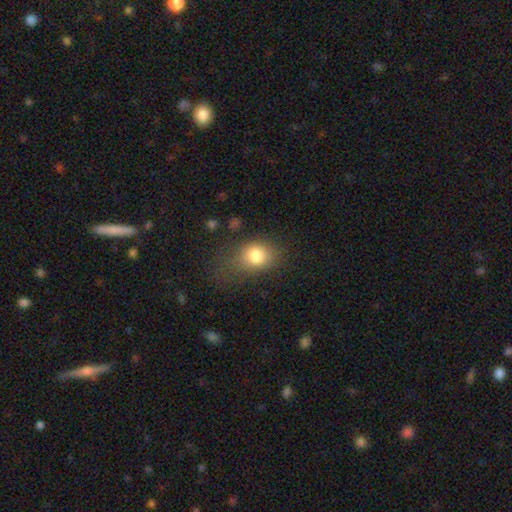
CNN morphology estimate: Smooth or featured?
  - smooth: 80% *
  - star or artifact: 11%
  - featured or disk: 10%
How rounded?
  - in between: 55% *
  - round: 44%
  - cigar-shaped: 1%
Merging?
  - none: 55% *
  - minor disturbance: 25%
  - major disturbance: 18%
  - merger: 3%